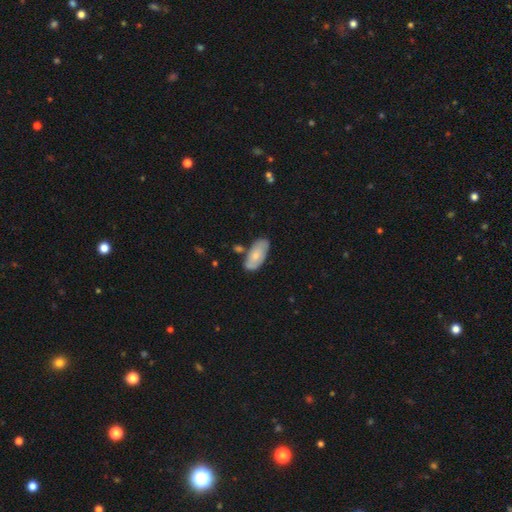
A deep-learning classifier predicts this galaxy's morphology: Smooth or featured? smooth (69%)
How rounded? in between (91%)
Merging? none (68%)